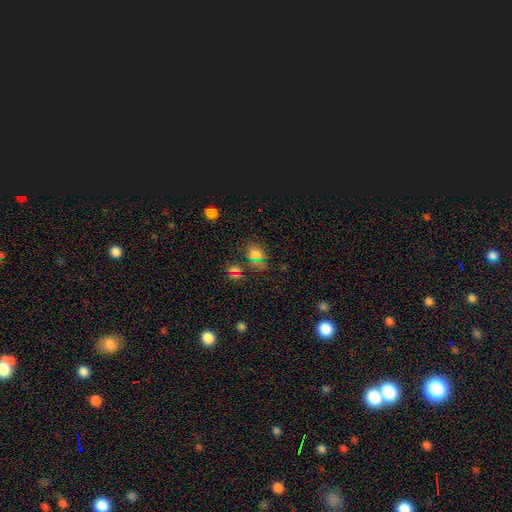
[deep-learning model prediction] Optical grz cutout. It shows a smooth galaxy with no disk features (62%) that is in between round and cigar-shaped (63%). Merging: none (78%).